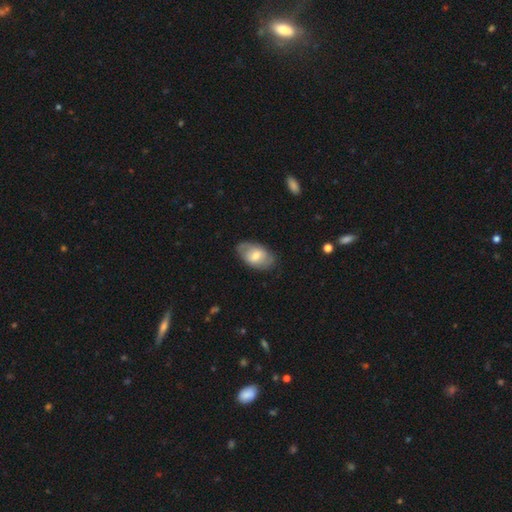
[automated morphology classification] A smooth galaxy with no disk features (55%) that is in between round and cigar-shaped (91%).

Vote fractions:
- Smooth or featured? smooth: 55% / featured or disk: 39% / star or artifact: 6%
- How rounded? in between: 91% / round: 7% / cigar-shaped: 2%
- Merging? none: 76% / minor disturbance: 18% / major disturbance: 5% / merger: 1%